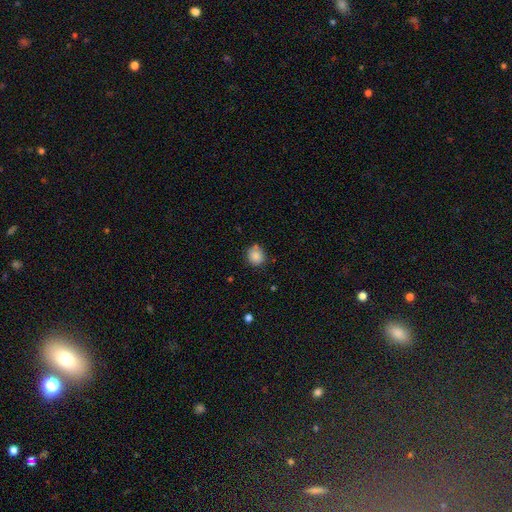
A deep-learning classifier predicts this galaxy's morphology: This appears to be a smooth galaxy with no disk features (86%) that is round (85%). Merging: none (75%).